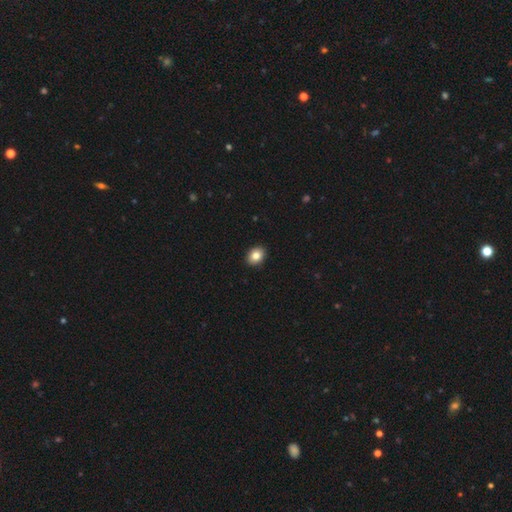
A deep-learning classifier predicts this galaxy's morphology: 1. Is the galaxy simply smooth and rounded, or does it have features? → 83% smooth, 9% star or artifact, 8% featured or disk.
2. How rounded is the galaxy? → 60% in between, 39% round, 1% cigar-shaped.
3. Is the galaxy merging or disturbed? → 92% none, 6% minor disturbance, 1% major disturbance, 1% merger.